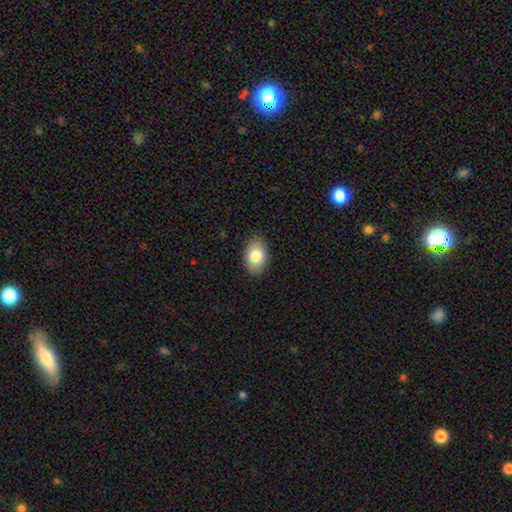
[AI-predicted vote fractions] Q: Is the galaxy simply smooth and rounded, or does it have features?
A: smooth — 82%.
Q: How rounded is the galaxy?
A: in between — 88%.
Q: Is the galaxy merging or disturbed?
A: none — 87%.